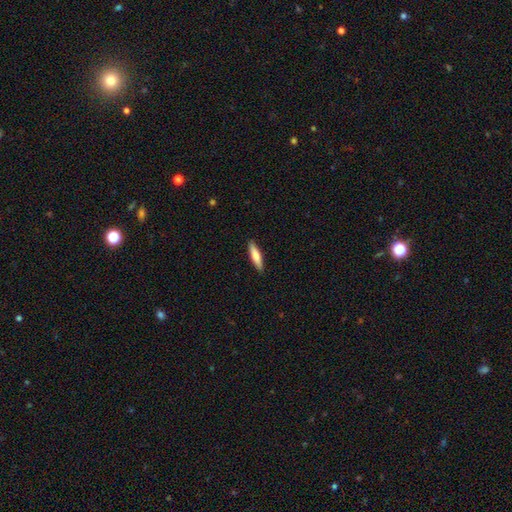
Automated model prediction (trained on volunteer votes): A smooth galaxy with no disk features (73%) that is cigar-shaped (77%).

Vote fractions:
- Smooth or featured? smooth: 73% / featured or disk: 21% / star or artifact: 5%
- How rounded? cigar-shaped: 77% / in between: 22% / round: 1%
- Merging? none: 90% / minor disturbance: 7% / major disturbance: 2% / merger: 1%